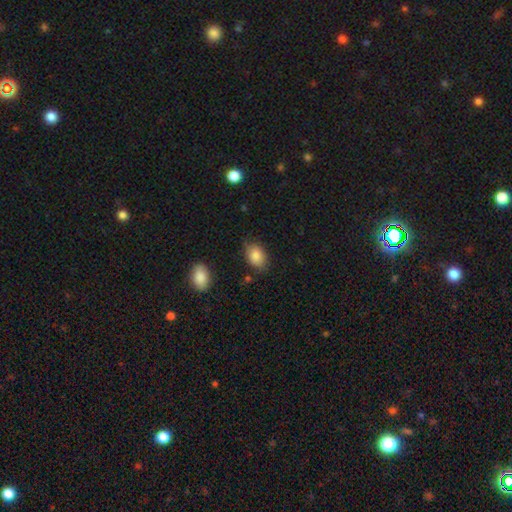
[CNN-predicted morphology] Smooth or featured? smooth (86%)
How rounded? in between (82%)
Merging? none (75%)